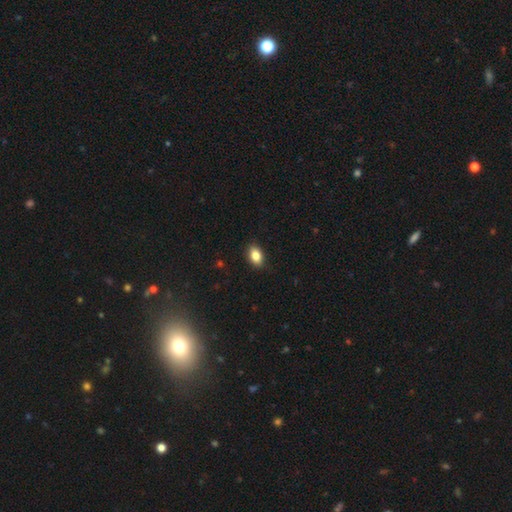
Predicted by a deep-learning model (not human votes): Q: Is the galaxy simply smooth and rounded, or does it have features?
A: smooth — 85%.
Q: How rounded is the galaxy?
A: in between — 86%.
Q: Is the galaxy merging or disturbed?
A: none — 88%.